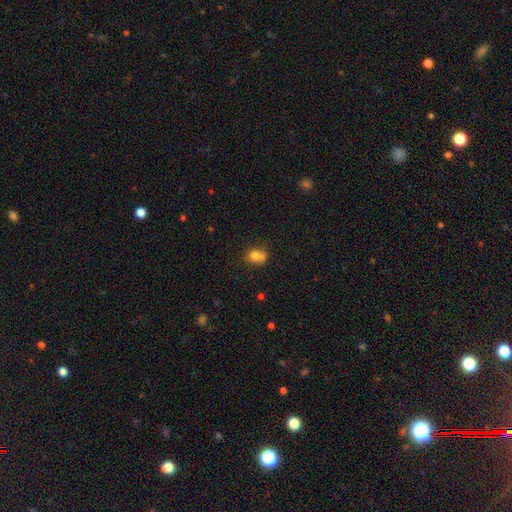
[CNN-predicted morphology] The model was most divided on "merging": merger: 41%, none: 40%, minor disturbance: 13%, major disturbance: 5%. More confident: smooth or featured — smooth (75%); how rounded — round (68%).